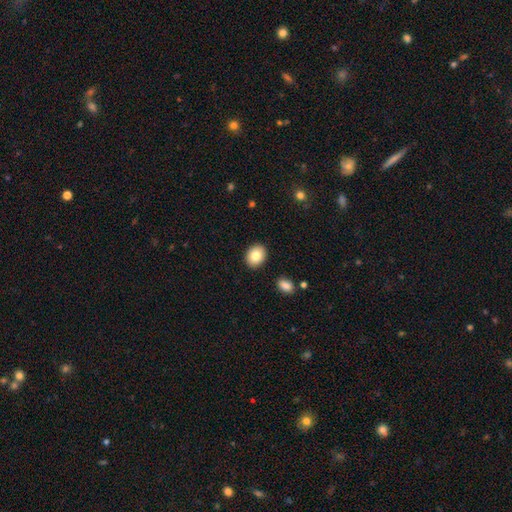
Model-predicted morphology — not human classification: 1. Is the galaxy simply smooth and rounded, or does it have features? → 82% smooth, 10% featured or disk, 8% star or artifact.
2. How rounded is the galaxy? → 55% in between, 44% round, 1% cigar-shaped.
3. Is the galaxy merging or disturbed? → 90% none, 6% minor disturbance, 2% major disturbance, 2% merger.